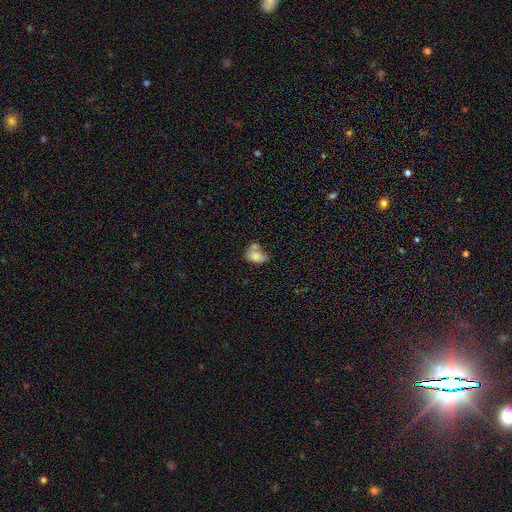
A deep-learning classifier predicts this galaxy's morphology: Overall: smooth (78%). How rounded: in between (85%). Merging: merger (44%; none 30%).